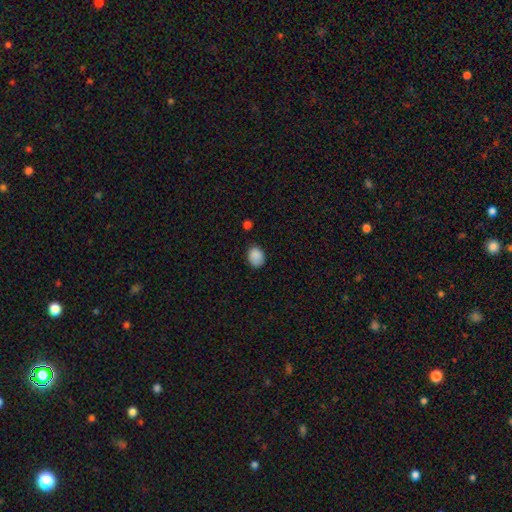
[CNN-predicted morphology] A smooth galaxy with no disk features (88%) that is in between round and cigar-shaped (63%). Merging: none (78%).